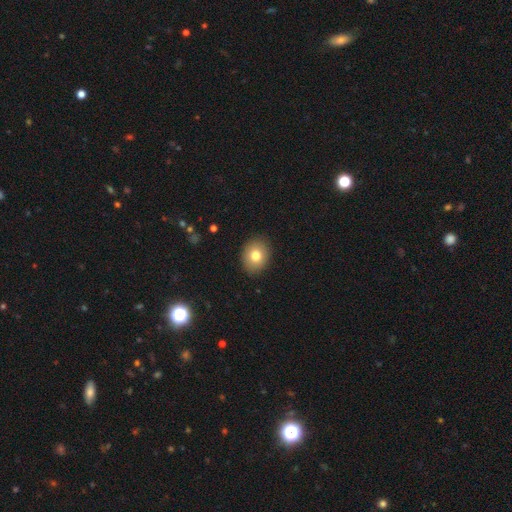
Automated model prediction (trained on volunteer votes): Smooth or featured? Predicted: smooth (p=0.78). How rounded? Predicted: round (p=0.53). Merging? Predicted: none (p=0.89).